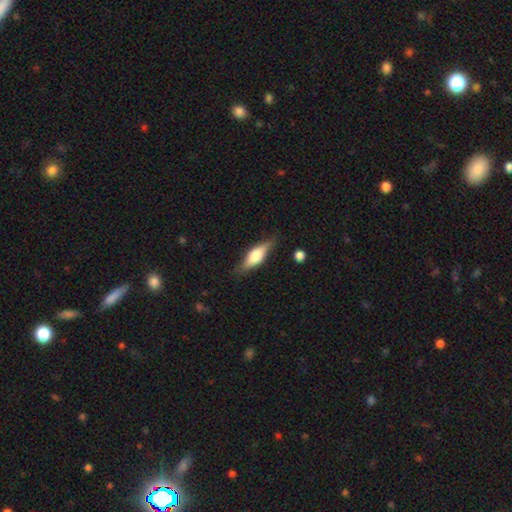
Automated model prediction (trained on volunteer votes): Q: Smooth or featured?
A: smooth (52%); runner-up: featured or disk (42%)
Q: How rounded?
A: in between (57%); runner-up: cigar-shaped (40%)
Q: Merging?
A: none (78%); runner-up: minor disturbance (17%)